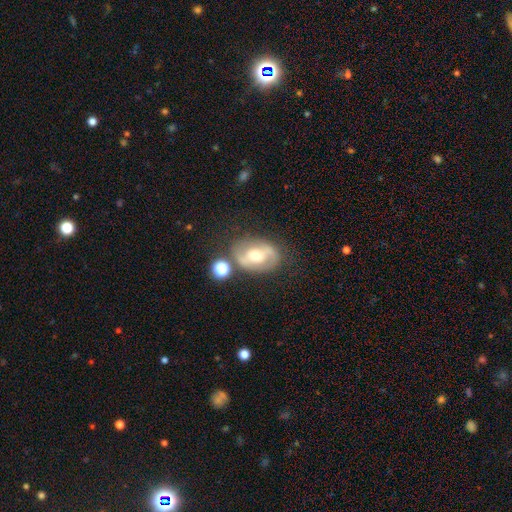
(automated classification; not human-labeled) Smooth or featured? Predicted: featured or disk (p=0.63). Edge-on disk? Predicted: no (p=0.94). Bar? Predicted: weak (p=0.36). Spiral arms? Predicted: yes (p=0.59). Bulge size? Predicted: moderate (p=0.68). Merging? Predicted: none (p=0.66).